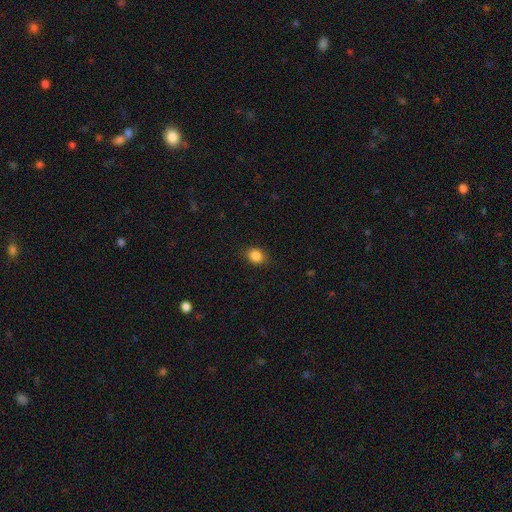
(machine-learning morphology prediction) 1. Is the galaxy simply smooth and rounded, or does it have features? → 85% smooth, 10% star or artifact, 5% featured or disk.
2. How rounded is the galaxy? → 50% round, 48% in between, 1% cigar-shaped.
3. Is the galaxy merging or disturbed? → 85% none, 11% minor disturbance, 3% major disturbance, 1% merger.